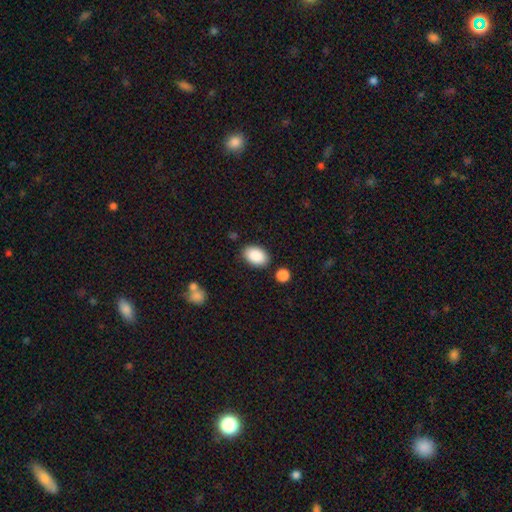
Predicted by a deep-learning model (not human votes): Smooth or featured? smooth (89%)
How rounded? in between (90%)
Merging? none (83%)